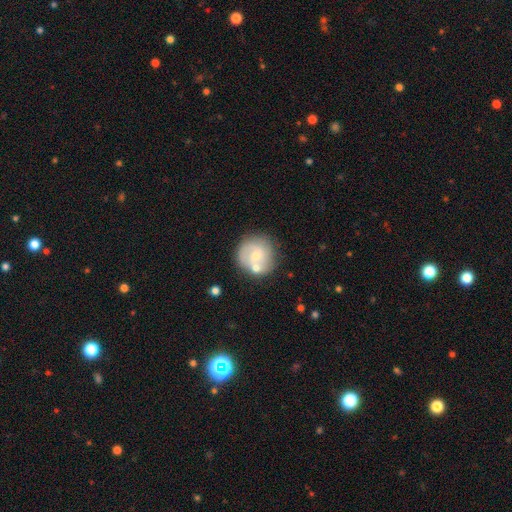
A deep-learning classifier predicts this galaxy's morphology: Smooth or featured?
  - smooth: 56% *
  - featured or disk: 36%
  - star or artifact: 8%
How rounded?
  - round: 93% *
  - in between: 6%
  - cigar-shaped: 1%
Merging?
  - none: 59% *
  - merger: 22%
  - minor disturbance: 14%
  - major disturbance: 5%